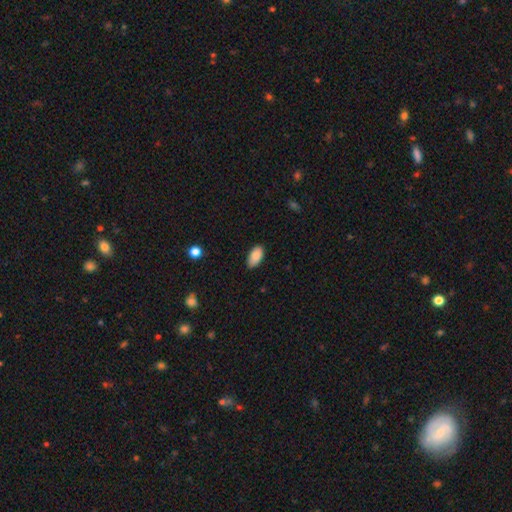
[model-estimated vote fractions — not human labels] Q: Smooth or featured?
A: smooth (87%); runner-up: star or artifact (7%)
Q: How rounded?
A: in between (94%); runner-up: round (3%)
Q: Merging?
A: none (82%); runner-up: minor disturbance (15%)